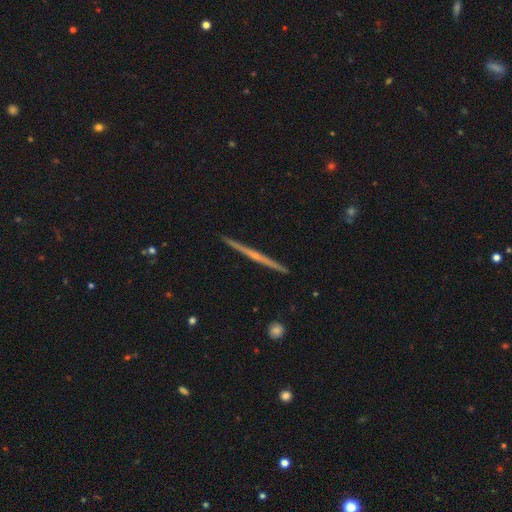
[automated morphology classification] This appears to be a featured or disk galaxy (79%) viewed edge-on (99%) with a rounded central bulge (54%). Merging: none (93%).